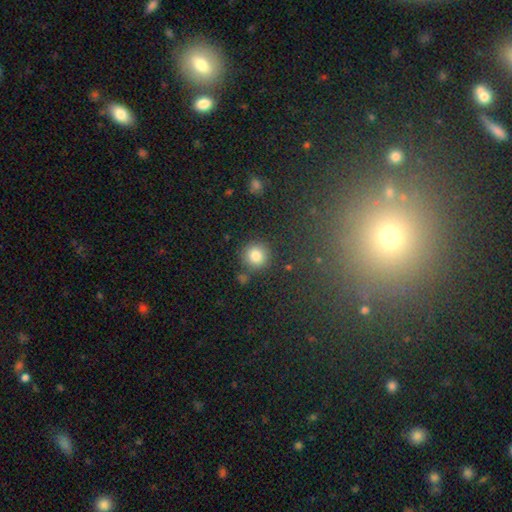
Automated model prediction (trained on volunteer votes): A smooth galaxy with no disk features (84%) that is round (92%). Merging: none (81%).